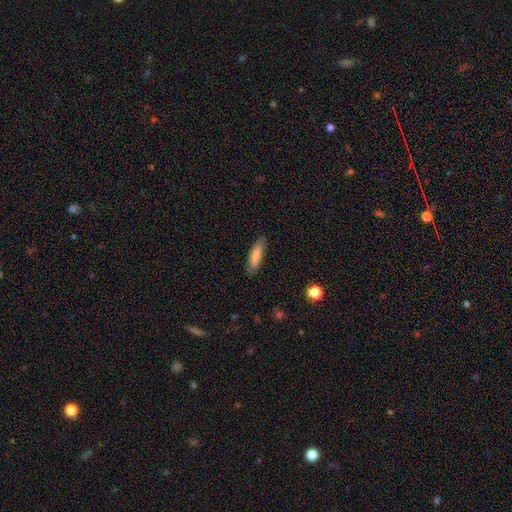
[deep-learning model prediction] Smooth or featured?
  - smooth: 80% *
  - featured or disk: 14%
  - star or artifact: 6%
How rounded?
  - cigar-shaped: 55% *
  - in between: 43%
  - round: 1%
Merging?
  - none: 82% *
  - minor disturbance: 14%
  - major disturbance: 3%
  - merger: 1%